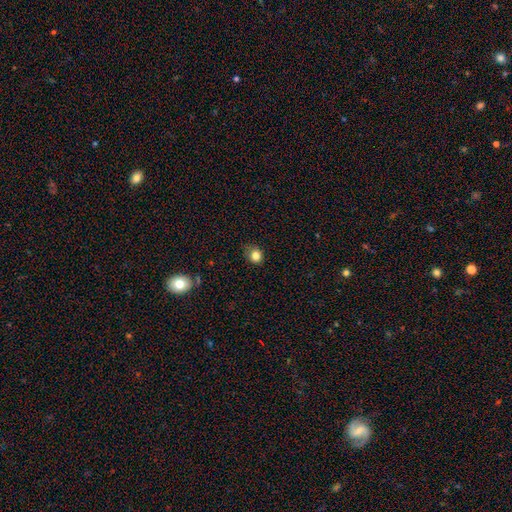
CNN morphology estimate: Overall: smooth (82%). How rounded: round (81%). Merging: none (74%).